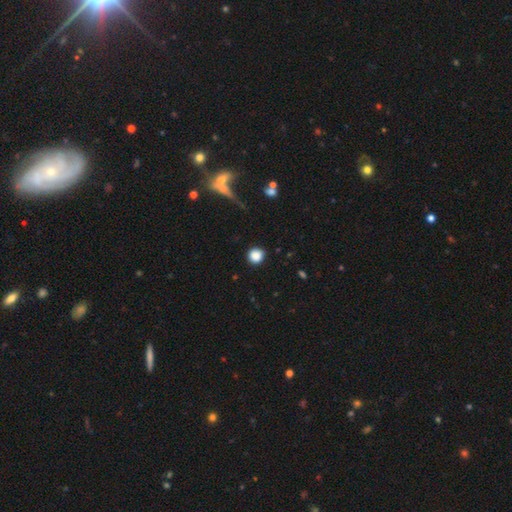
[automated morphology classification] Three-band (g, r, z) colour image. It shows a smooth galaxy with no disk features (87%) that is round (91%). Merging: none (87%).